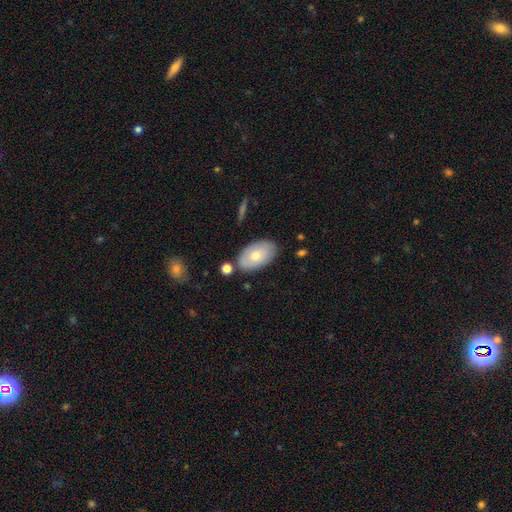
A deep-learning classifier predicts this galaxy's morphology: smooth-or-featured: smooth: 70% | featured or disk: 24% | star or artifact: 6%
  how-rounded: in between: 94% | round: 5% | cigar-shaped: 1%
  merging: none: 78% | minor disturbance: 14% | merger: 4% | major disturbance: 3%